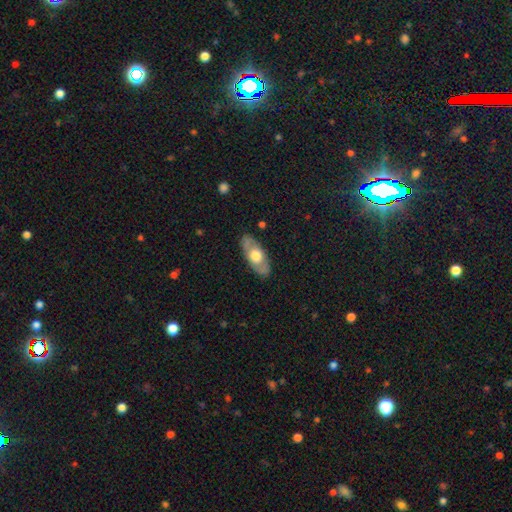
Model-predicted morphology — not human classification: Smooth or featured?
  - smooth: 50% *
  - featured or disk: 45%
  - star or artifact: 5%
How rounded?
  - in between: 84% *
  - cigar-shaped: 10%
  - round: 5%
Merging?
  - none: 83% *
  - minor disturbance: 13%
  - major disturbance: 3%
  - merger: 1%